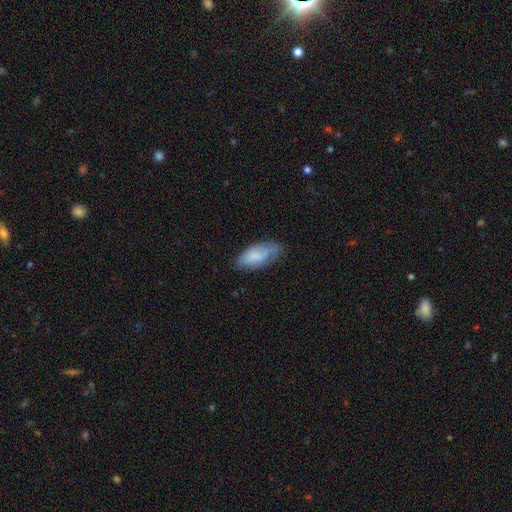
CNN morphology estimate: Smooth or featured? Predicted: smooth (p=0.73). How rounded? Predicted: in between (p=0.89). Merging? Predicted: none (p=0.56).